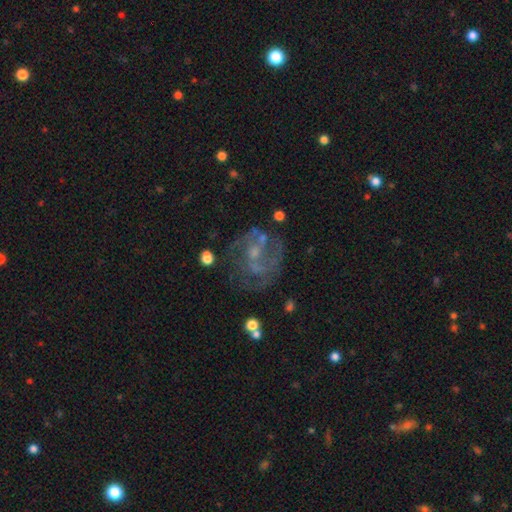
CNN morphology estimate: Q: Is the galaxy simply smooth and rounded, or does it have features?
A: featured or disk — 70%.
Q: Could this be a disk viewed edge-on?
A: no — 97%.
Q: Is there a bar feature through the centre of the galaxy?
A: no — 53%.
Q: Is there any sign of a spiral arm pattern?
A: yes — 69%.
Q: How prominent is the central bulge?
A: small — 58%.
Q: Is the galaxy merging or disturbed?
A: none — 54%.